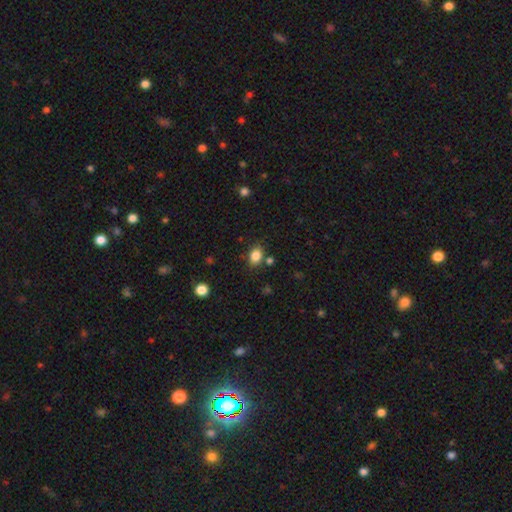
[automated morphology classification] type=smooth (84%); roundness=in between (74%); merging=none (77%).